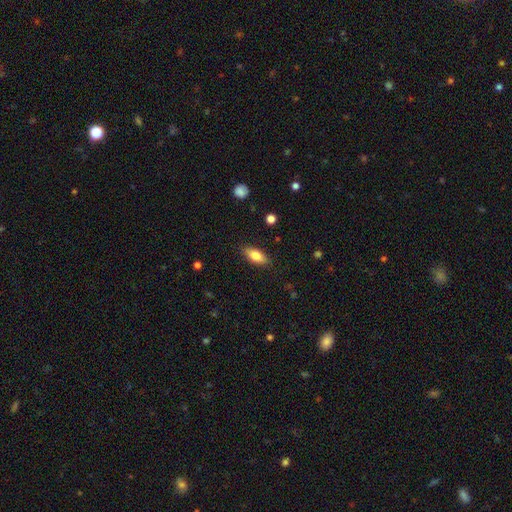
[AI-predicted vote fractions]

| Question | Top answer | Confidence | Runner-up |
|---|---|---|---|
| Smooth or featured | smooth | 77% | featured or disk (16%) |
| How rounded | in between | 79% | cigar-shaped (18%) |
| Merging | none | 86% | minor disturbance (10%) |